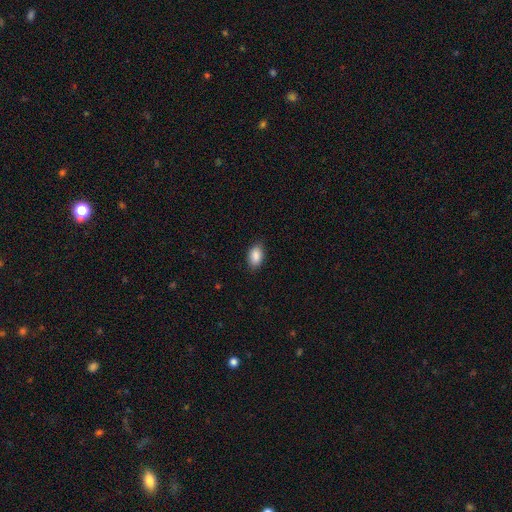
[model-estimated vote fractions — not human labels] Smooth or featured? Predicted: smooth (p=0.89). How rounded? Predicted: in between (p=0.91). Merging? Predicted: none (p=0.84).